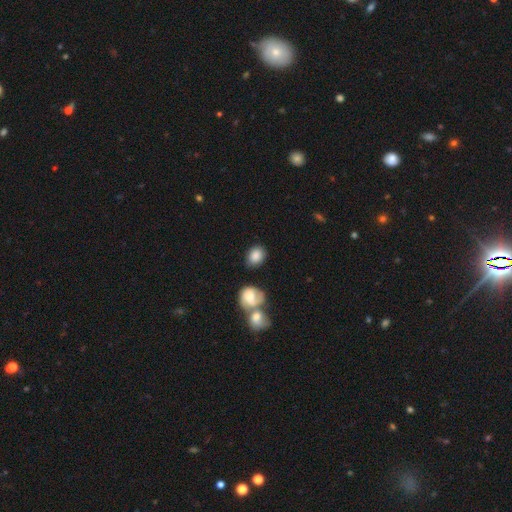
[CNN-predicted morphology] The model was most divided on "how rounded": in between: 57%, round: 41%, cigar-shaped: 1%. More confident: smooth or featured — smooth (82%); merging — none (66%).